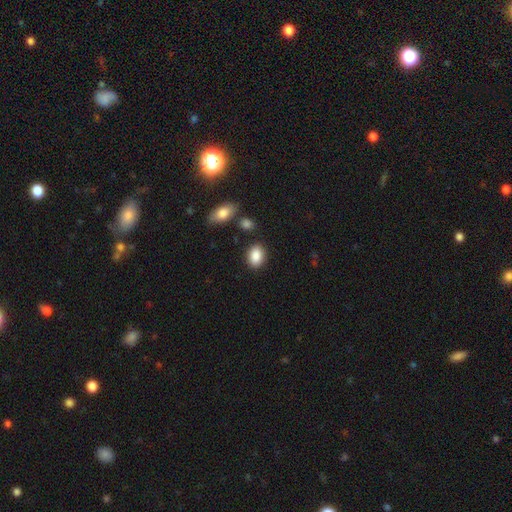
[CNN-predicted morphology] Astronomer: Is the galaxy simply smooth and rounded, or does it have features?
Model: smooth — 88%.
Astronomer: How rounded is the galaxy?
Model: in between — 78%.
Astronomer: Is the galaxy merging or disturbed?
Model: none — 84%.